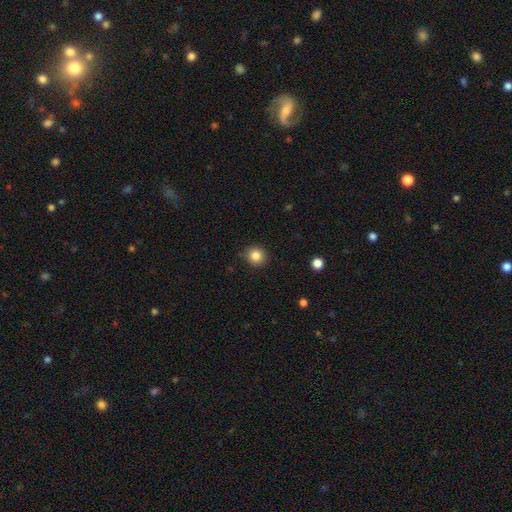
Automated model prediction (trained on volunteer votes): smooth 85%, star or artifact 10%, featured or disk 5%. Down the decision tree: how rounded — round (90%); merging — none (87%).